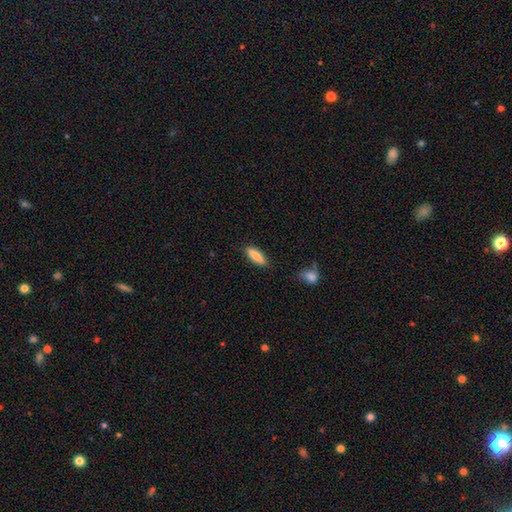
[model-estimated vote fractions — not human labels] The model was most divided on "how rounded": in between: 52%, cigar-shaped: 46%, round: 2%. More confident: merging — none (84%); smooth or featured — smooth (84%).